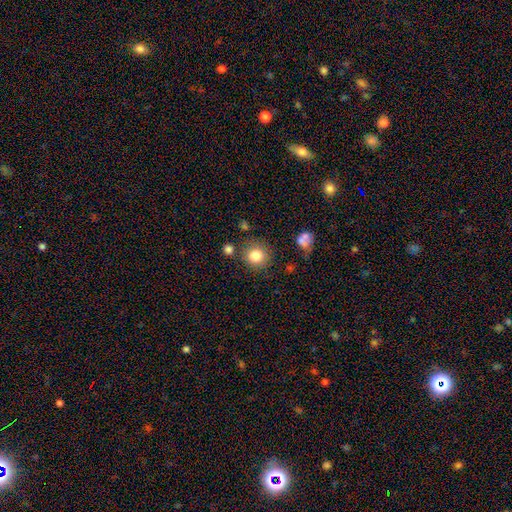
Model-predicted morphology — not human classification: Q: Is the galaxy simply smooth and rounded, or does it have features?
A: smooth — 82%.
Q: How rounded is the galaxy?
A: round — 90%.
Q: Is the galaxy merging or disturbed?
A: none — 82%.